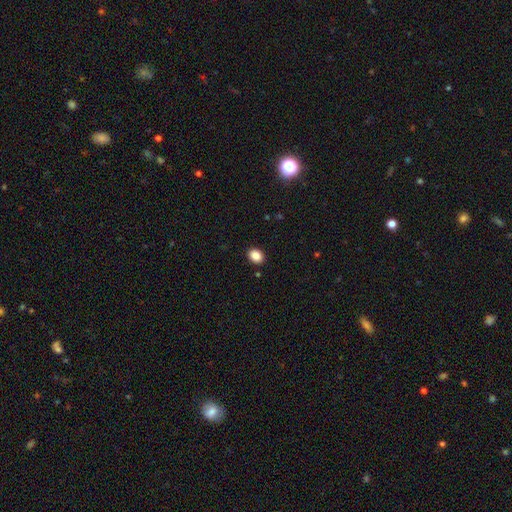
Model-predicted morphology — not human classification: Overall: smooth (88%). How rounded: in between (57%; round 42%). Merging: none (90%).